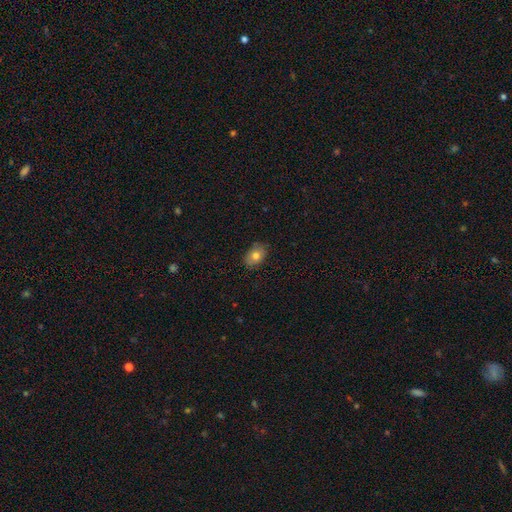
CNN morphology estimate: This is likely a smooth galaxy (77%). How rounded: clearly in between (82%). Merging: clearly none (83%).